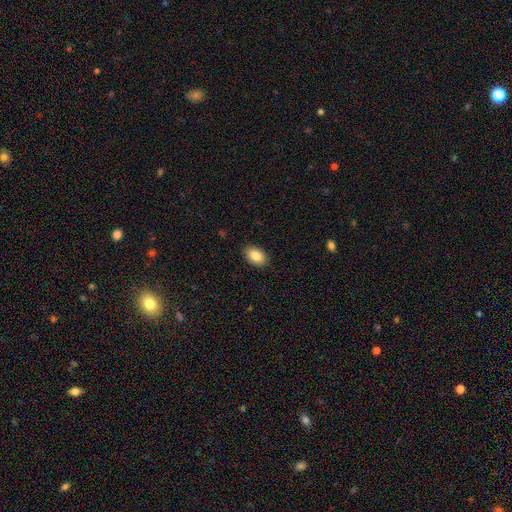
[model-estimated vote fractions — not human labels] Smooth or featured: smooth — 86% (star or artifact — 7%)
How rounded: in between — 88% (round — 11%)
Merging: none — 89% (minor disturbance — 8%)